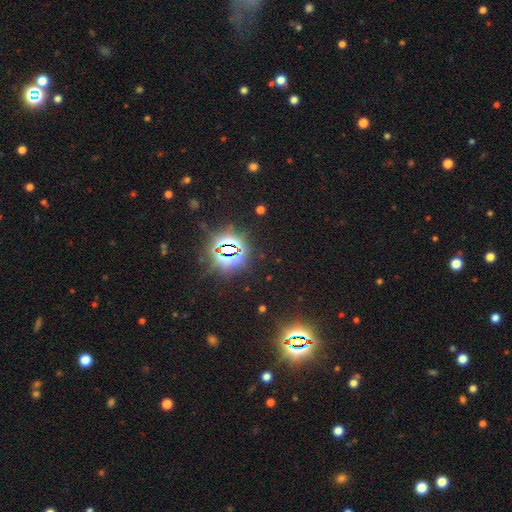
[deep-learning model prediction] smooth_or_featured: star or artifact (p=0.82) [alt: smooth p=0.10]